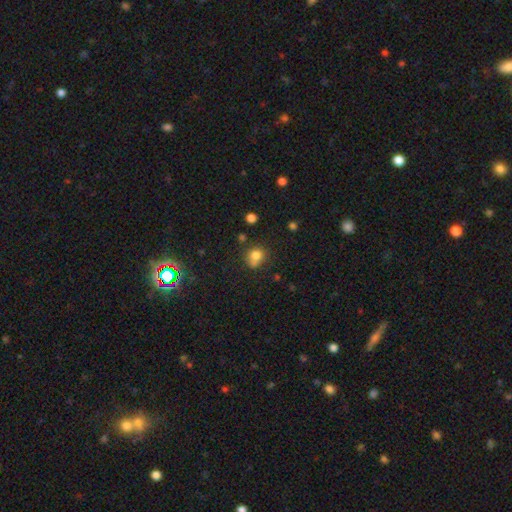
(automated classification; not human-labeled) A smooth galaxy with no disk features (78%) that is round (76%). Merging: none (57%).